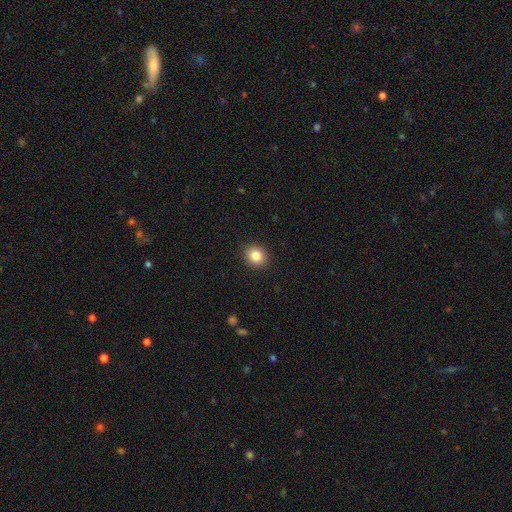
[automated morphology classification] Smooth or featured? Predicted: smooth (p=0.84). How rounded? Predicted: round (p=0.68). Merging? Predicted: none (p=0.90).